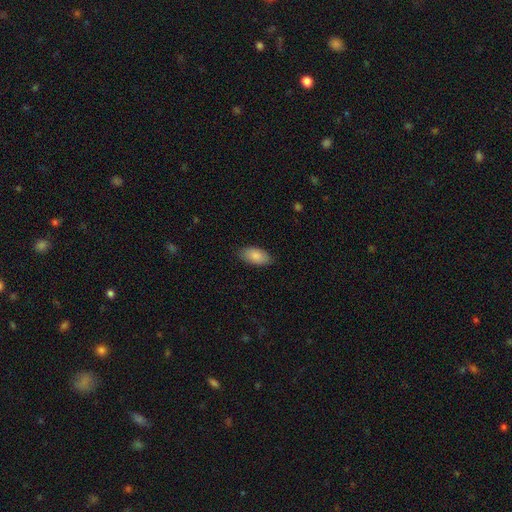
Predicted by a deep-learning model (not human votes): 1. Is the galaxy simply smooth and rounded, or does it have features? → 87% smooth, 7% featured or disk, 6% star or artifact.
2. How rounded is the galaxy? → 94% in between, 4% cigar-shaped, 3% round.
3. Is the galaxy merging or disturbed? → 84% none, 13% minor disturbance, 3% major disturbance, 1% merger.